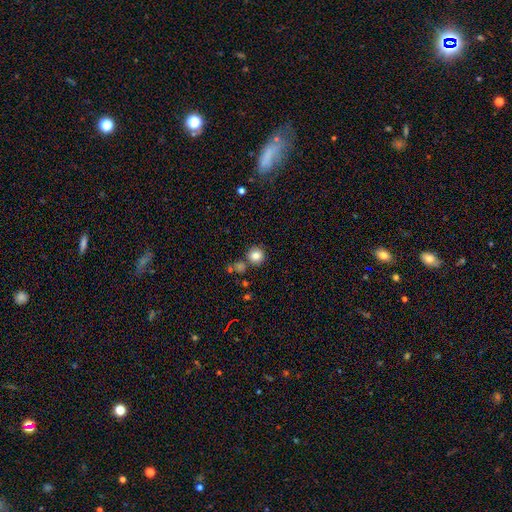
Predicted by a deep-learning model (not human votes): Smooth or featured? smooth (83%)
How rounded? round (93%)
Merging? none (78%)